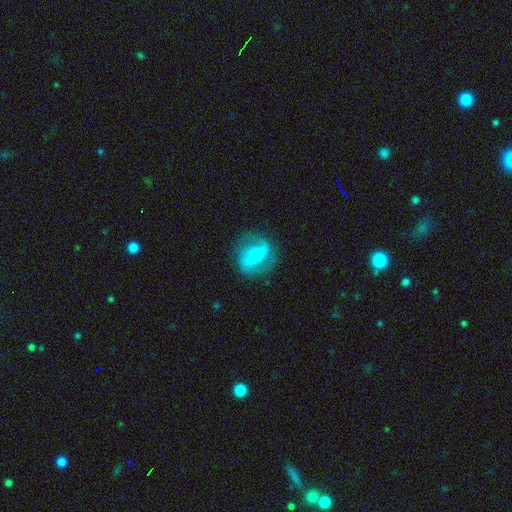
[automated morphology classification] smooth_or_featured: featured or disk (p=0.74) [alt: smooth p=0.19]
disk_edge_on: no (p=0.95) [alt: yes p=0.05]
bar: strong (p=0.39) [alt: weak p=0.37]
has_spiral_arms: yes (p=0.86) [alt: no p=0.14]
spiral_winding: medium (p=0.44) [alt: loose p=0.35]
spiral_arm_count: 2 (p=0.85) [alt: can't tell p=0.06]
bulge_size: moderate (p=0.60) [alt: small p=0.35]
merging: none (p=0.78) [alt: minor disturbance p=0.15]